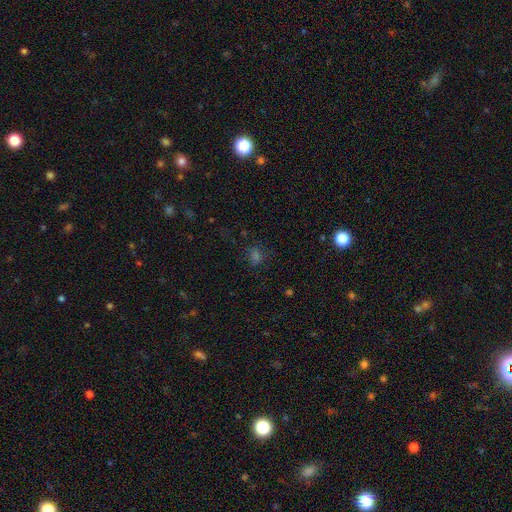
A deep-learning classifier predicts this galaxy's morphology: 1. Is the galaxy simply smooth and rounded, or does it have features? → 52% smooth, 38% star or artifact, 10% featured or disk.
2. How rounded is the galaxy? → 56% round, 42% in between, 2% cigar-shaped.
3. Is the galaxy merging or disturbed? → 74% none, 15% minor disturbance, 8% major disturbance, 2% merger.